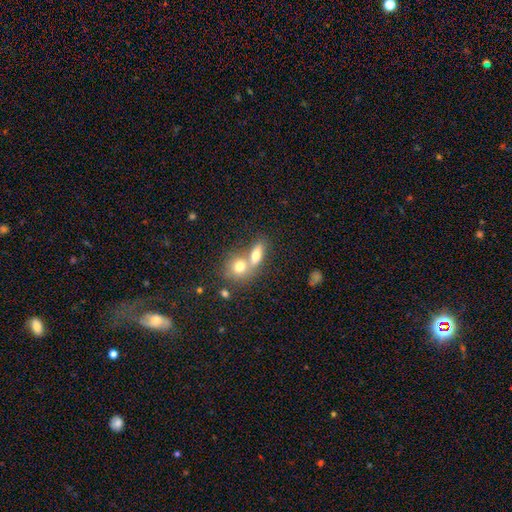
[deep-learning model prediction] Smooth or featured? smooth (69%)
How rounded? in between (60%)
Merging? merger (61%)